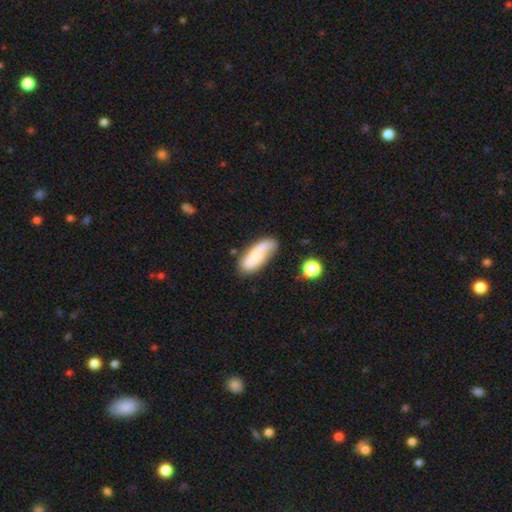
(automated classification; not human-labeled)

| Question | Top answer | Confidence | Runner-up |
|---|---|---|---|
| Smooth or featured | smooth | 63% | featured or disk (30%) |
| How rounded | in between | 70% | cigar-shaped (28%) |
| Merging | none | 57% | minor disturbance (25%) |